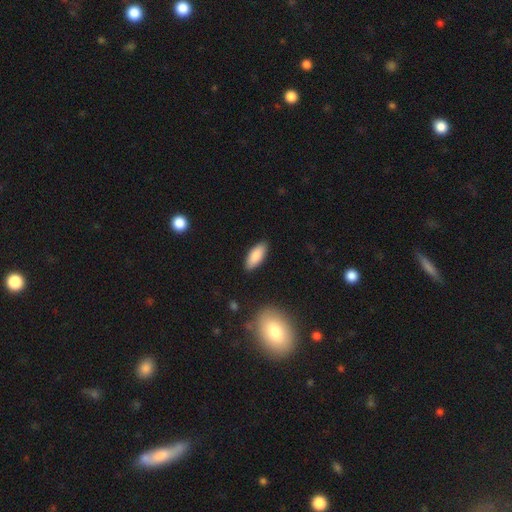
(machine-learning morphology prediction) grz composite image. It shows a smooth galaxy with no disk features (86%) that is in between round and cigar-shaped (82%). Merging: none (87%).